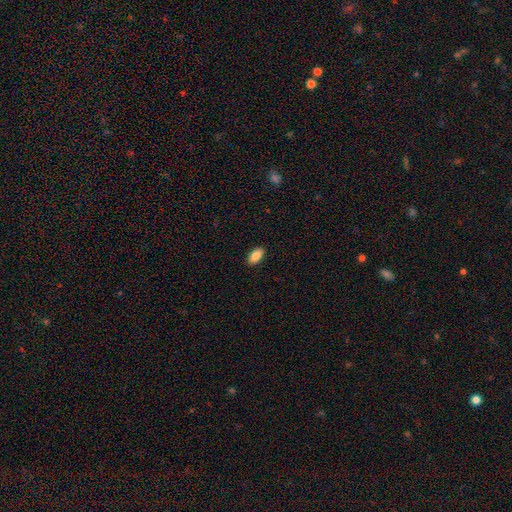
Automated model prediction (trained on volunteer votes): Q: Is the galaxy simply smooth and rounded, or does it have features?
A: smooth — 87%.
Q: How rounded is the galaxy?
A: in between — 93%.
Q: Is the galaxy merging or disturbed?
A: none — 90%.